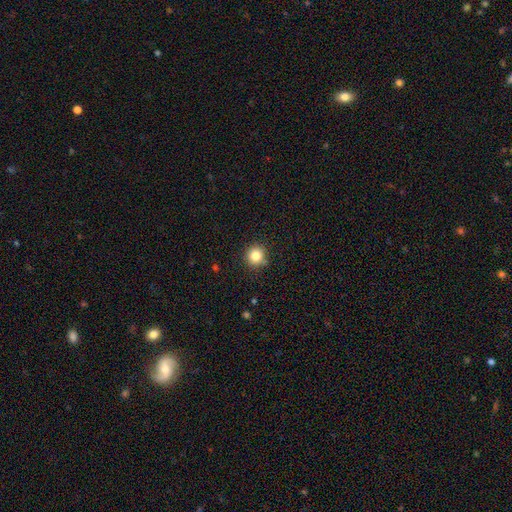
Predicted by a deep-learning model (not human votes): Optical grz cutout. It shows a smooth galaxy with no disk features (83%) that is round (92%). Merging: none (88%).